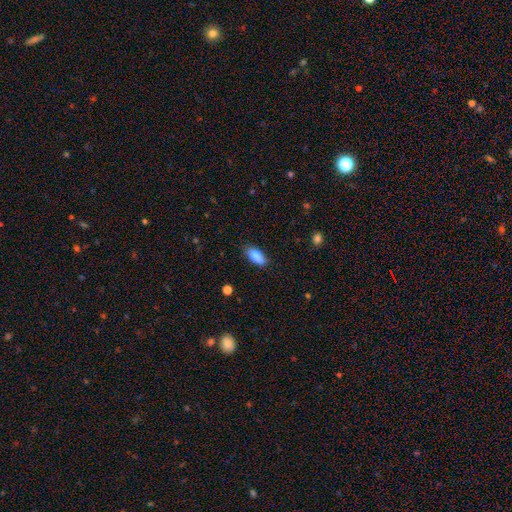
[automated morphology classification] The model was most divided on "merging": none: 76%, minor disturbance: 19%, major disturbance: 3%, merger: 2%. More confident: how rounded — in between (86%); smooth or featured — smooth (83%).